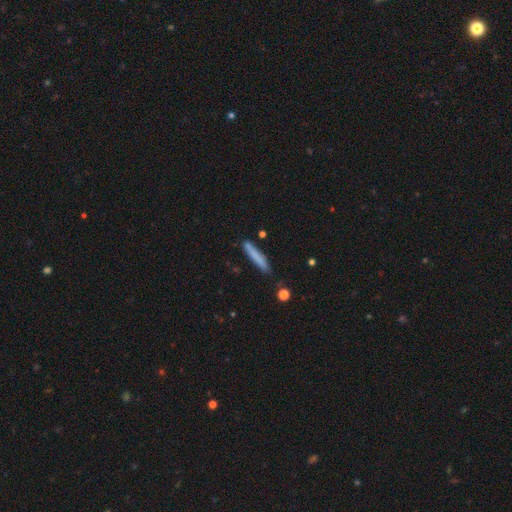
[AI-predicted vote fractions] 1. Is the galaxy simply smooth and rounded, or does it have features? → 76% smooth, 18% featured or disk, 6% star or artifact.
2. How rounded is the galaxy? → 94% cigar-shaped, 5% in between, 1% round.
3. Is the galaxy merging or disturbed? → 81% none, 14% minor disturbance, 3% merger, 2% major disturbance.